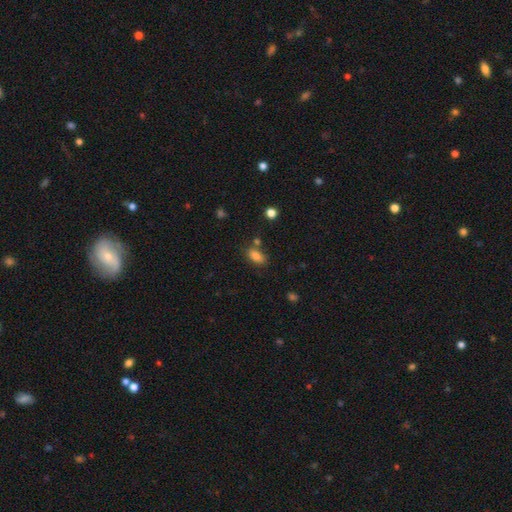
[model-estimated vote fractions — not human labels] This is clearly a smooth galaxy (84%). How rounded: clearly in between (87%). Merging: likely none (69%).